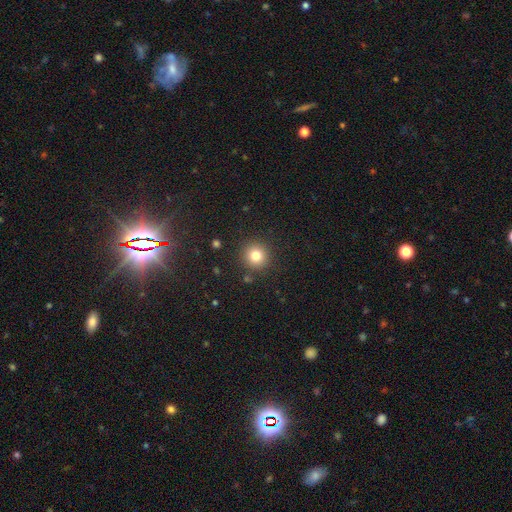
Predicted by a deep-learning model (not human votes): The model was most divided on "smooth or featured": smooth: 80%, star or artifact: 12%, featured or disk: 7%. More confident: how rounded — round (94%); merging — none (89%).